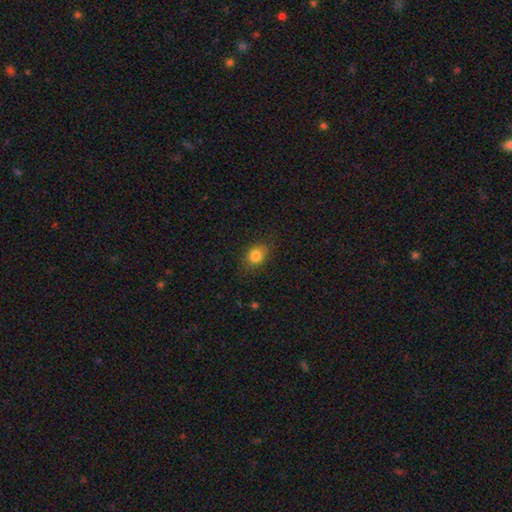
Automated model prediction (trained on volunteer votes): This is clearly a smooth galaxy (83%). How rounded: possibly round (52%). Merging: clearly none (81%).